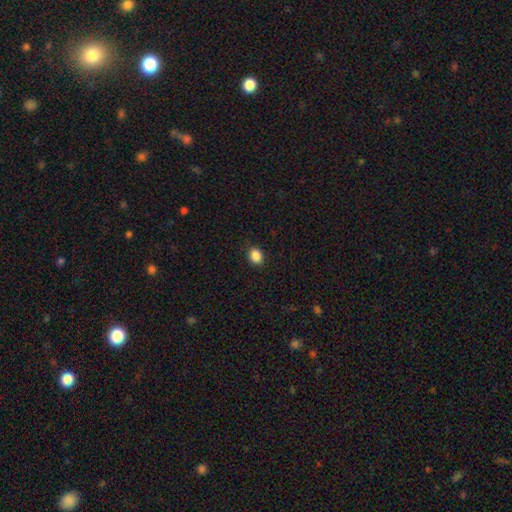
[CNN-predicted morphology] The model was most divided on "how rounded": round: 54%, in between: 46%, cigar-shaped: 1%. More confident: merging — none (88%); smooth or featured — smooth (87%).